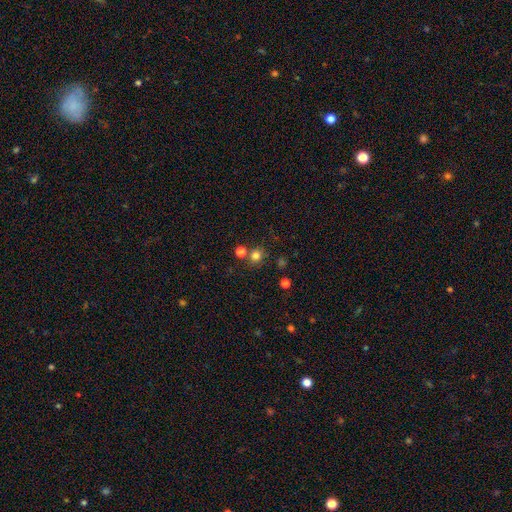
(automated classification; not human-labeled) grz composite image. It shows a smooth galaxy with no disk features (78%) that is round (87%). Merging: none (73%).